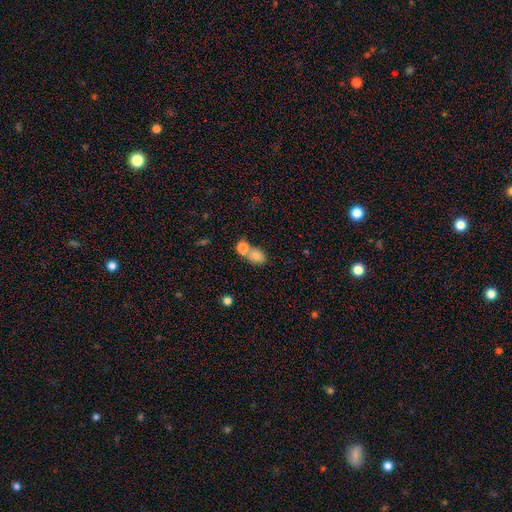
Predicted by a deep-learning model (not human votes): Smooth or featured?
  - smooth: 80% *
  - star or artifact: 10%
  - featured or disk: 10%
How rounded?
  - in between: 72% *
  - round: 26%
  - cigar-shaped: 2%
Merging?
  - merger: 47% *
  - none: 37%
  - minor disturbance: 11%
  - major disturbance: 5%